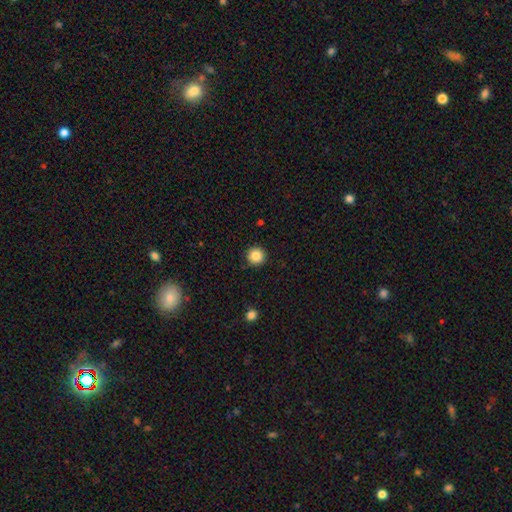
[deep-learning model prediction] Morphology: type=smooth (86%); roundness=round (95%); merging=none (92%).